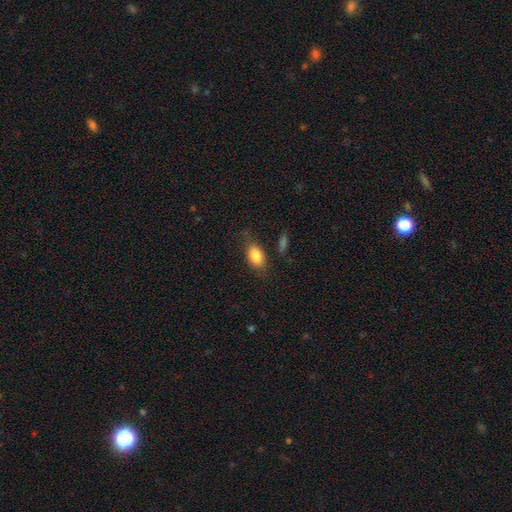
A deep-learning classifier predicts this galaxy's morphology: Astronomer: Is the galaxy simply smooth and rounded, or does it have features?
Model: smooth — 85%.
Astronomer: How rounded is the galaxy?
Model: in between — 87%.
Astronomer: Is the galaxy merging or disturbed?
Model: none — 74%.